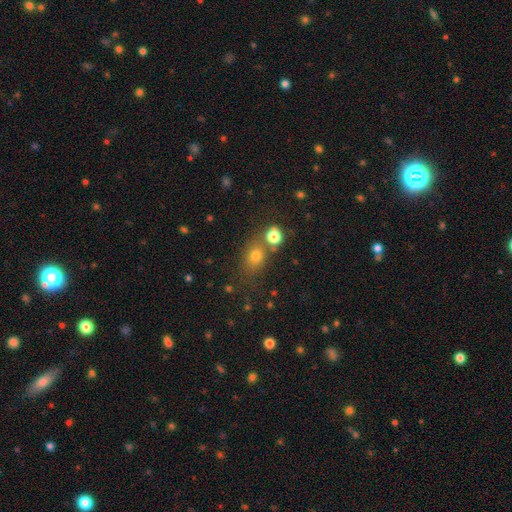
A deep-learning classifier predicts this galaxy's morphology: Overall: smooth (70%). How rounded: round (53%; in between 46%). Merging: none (62%).